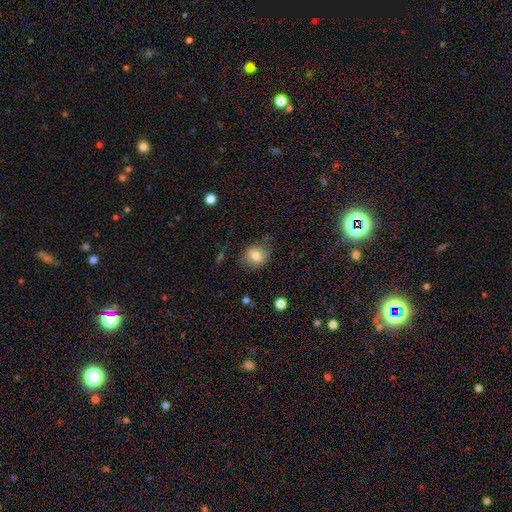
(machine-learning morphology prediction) Smooth or featured?
  - smooth: 75% *
  - featured or disk: 14%
  - star or artifact: 10%
How rounded?
  - round: 70% *
  - in between: 29%
  - cigar-shaped: 1%
Merging?
  - none: 75% *
  - minor disturbance: 19%
  - major disturbance: 5%
  - merger: 2%